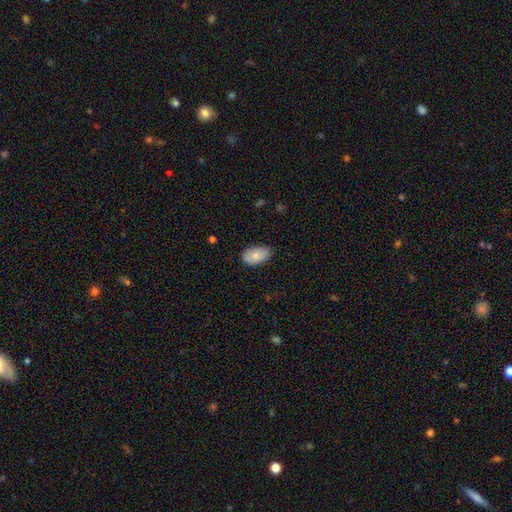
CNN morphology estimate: smooth 80%, featured or disk 13%, star or artifact 7%. Down the decision tree: how rounded — in between (93%); merging — none (76%).